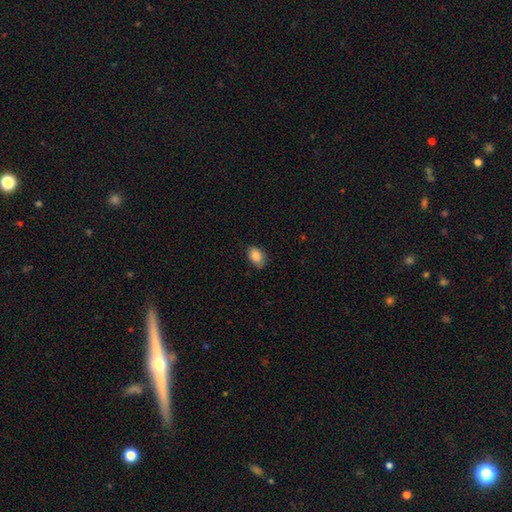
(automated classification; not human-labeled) Morphology: type=smooth (86%); roundness=in between (87%); merging=none (79%).